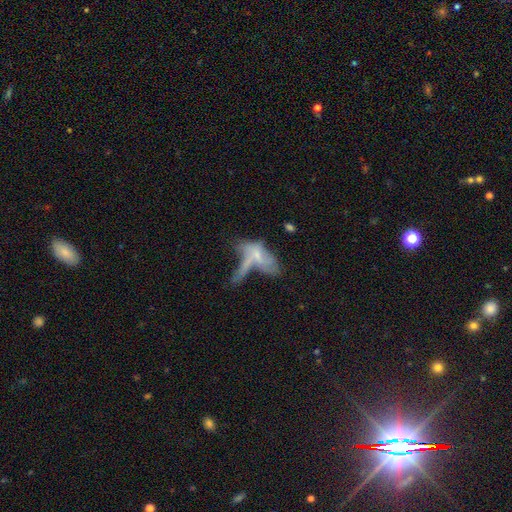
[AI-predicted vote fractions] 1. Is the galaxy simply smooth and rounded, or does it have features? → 48% smooth, 42% featured or disk, 10% star or artifact.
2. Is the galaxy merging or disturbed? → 49% merger, 21% major disturbance, 19% none, 12% minor disturbance.